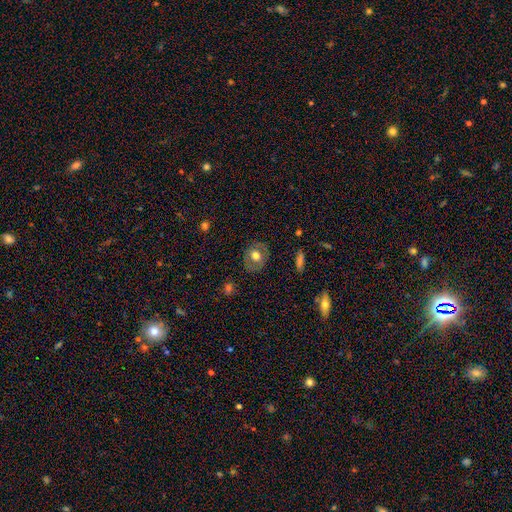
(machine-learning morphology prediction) The model was most divided on "smooth or featured": smooth: 55%, featured or disk: 37%, star or artifact: 8%. More confident: merging — none (82%); how rounded — round (69%).